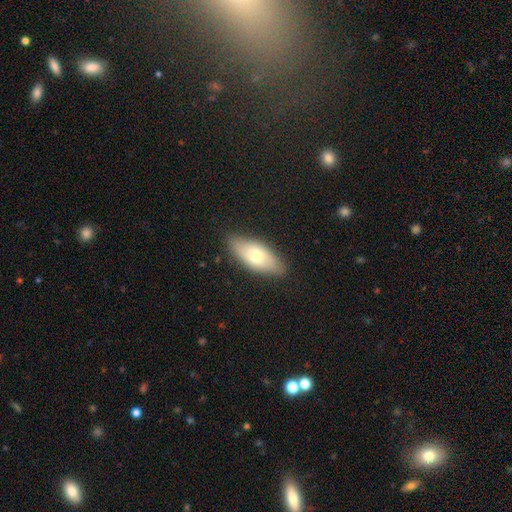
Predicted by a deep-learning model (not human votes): Smooth or featured: smooth — 67% (featured or disk — 27%)
How rounded: in between — 85% (cigar-shaped — 12%)
Merging: none — 83% (minor disturbance — 13%)